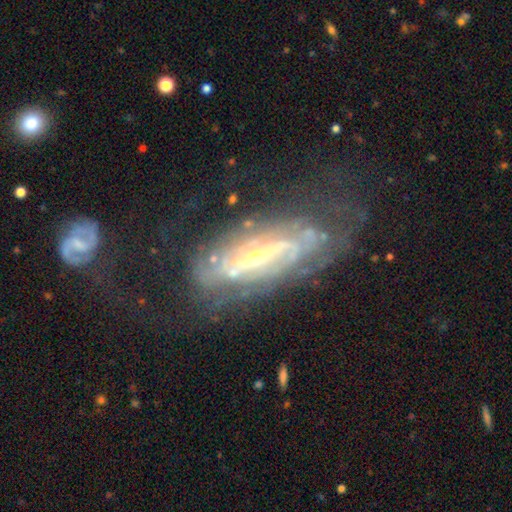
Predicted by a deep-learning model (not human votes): Smooth or featured? Predicted: featured or disk (p=0.85). Edge-on disk? Predicted: no (p=0.83). Bar? Predicted: strong (p=0.34). Spiral arms? Predicted: yes (p=0.86). Spiral winding? Predicted: tight (p=0.58). Spiral arm count? Predicted: can't tell (p=0.45). Bulge size? Predicted: small (p=0.63). Merging? Predicted: none (p=0.57).